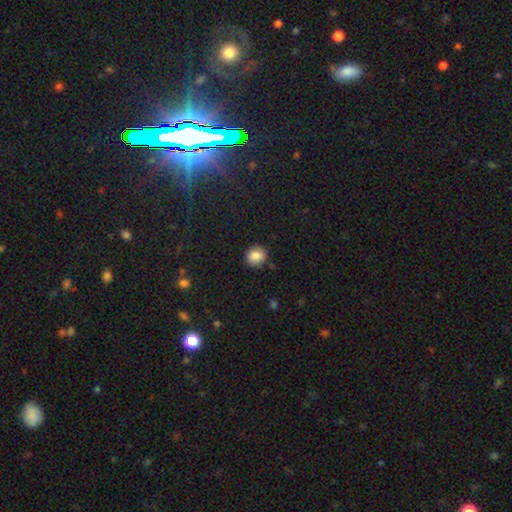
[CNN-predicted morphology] Smooth or featured: smooth — 85% (star or artifact — 9%)
How rounded: round — 84% (in between — 15%)
Merging: none — 88% (minor disturbance — 9%)